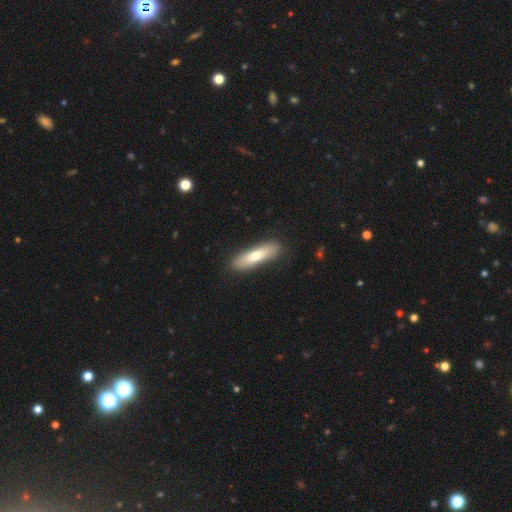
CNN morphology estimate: This is likely a smooth galaxy (70%). How rounded: likely cigar-shaped (71%). Merging: clearly none (87%).